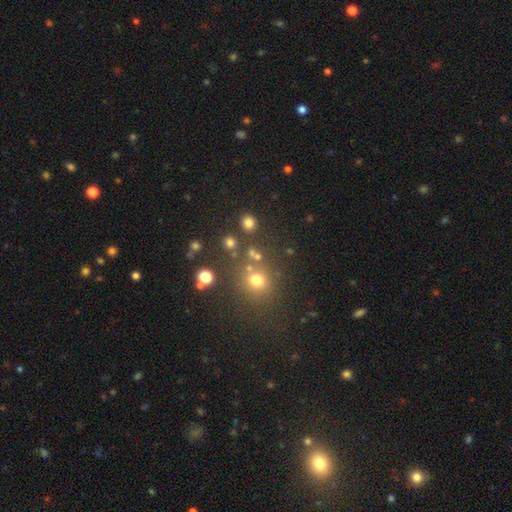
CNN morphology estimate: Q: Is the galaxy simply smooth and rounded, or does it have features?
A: smooth — 68%.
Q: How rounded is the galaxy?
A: round — 86%.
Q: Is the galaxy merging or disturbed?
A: none — 73%.